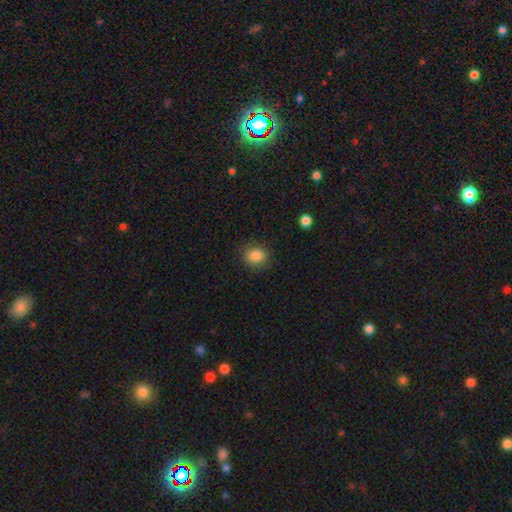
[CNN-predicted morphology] type=smooth (84%); roundness=round (62%); merging=none (83%).